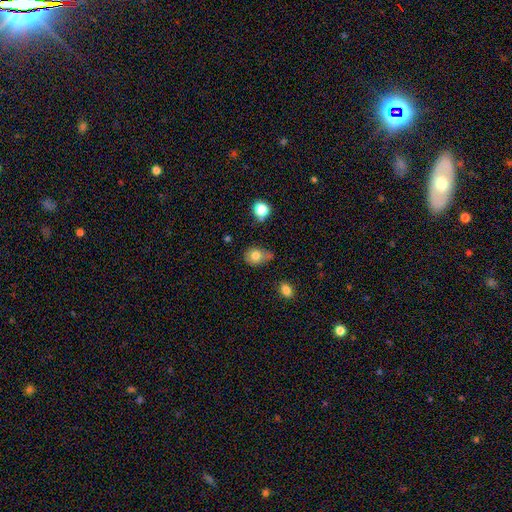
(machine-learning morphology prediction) Smooth or featured: smooth — 77% (featured or disk — 13%)
How rounded: in between — 55% (round — 44%)
Merging: none — 41% (minor disturbance — 38%)